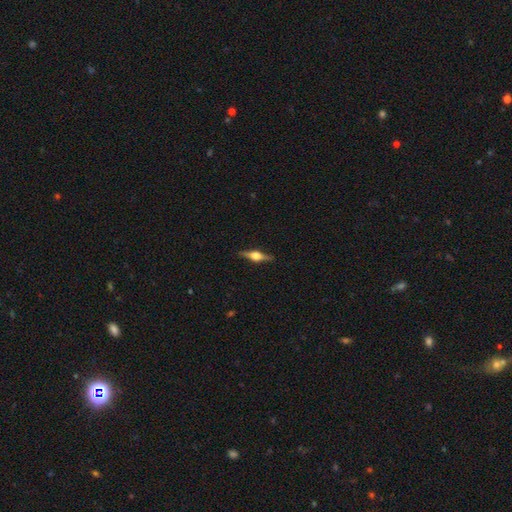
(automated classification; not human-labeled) Overall: featured or disk (78%). Edge-on disk: yes (98%). Edge-on bulge: rounded (93%). Merging: none (90%).